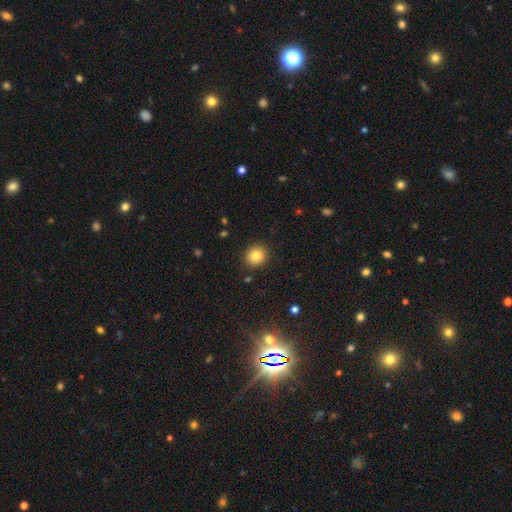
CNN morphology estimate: smooth-or-featured: smooth: 83% | star or artifact: 11% | featured or disk: 6%
  how-rounded: round: 85% | in between: 14% | cigar-shaped: 1%
  merging: none: 89% | minor disturbance: 7% | major disturbance: 2% | merger: 1%